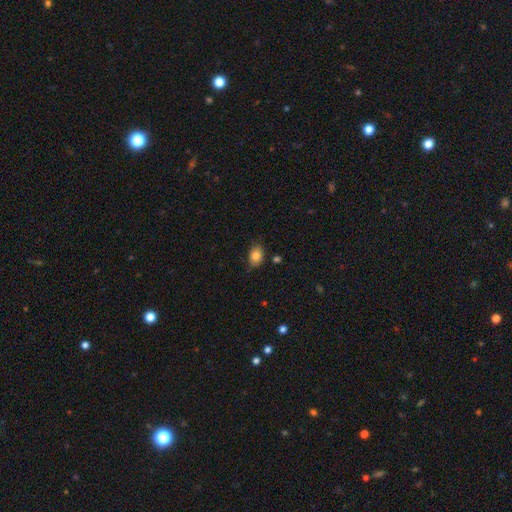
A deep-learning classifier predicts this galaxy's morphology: Smooth or featured? smooth (84%)
How rounded? in between (77%)
Merging? none (78%)